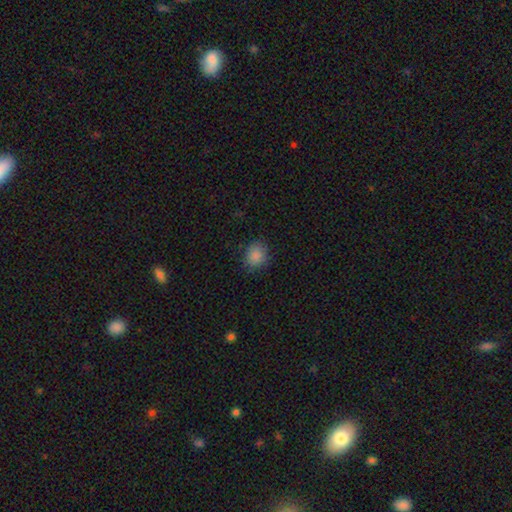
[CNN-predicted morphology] smooth 86%, star or artifact 10%, featured or disk 4%. Down the decision tree: how rounded — round (73%); merging — none (83%).